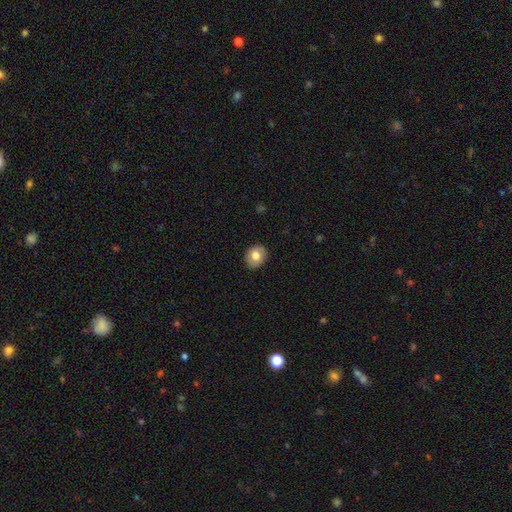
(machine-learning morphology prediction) Overall: smooth (78%). How rounded: round (58%; in between 41%). Merging: none (89%).